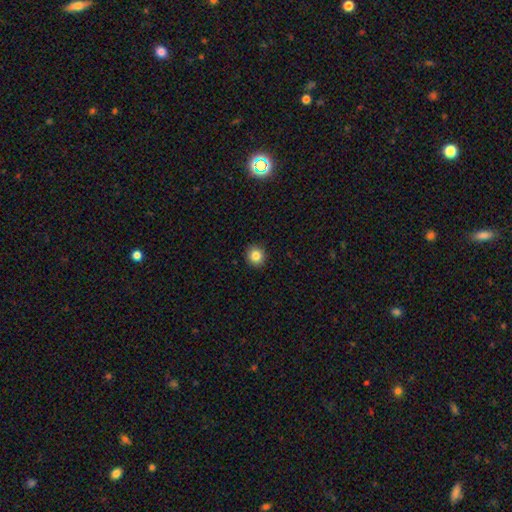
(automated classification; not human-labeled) This appears to be a smooth galaxy with no disk features (84%) that is round (89%). Merging: none (92%).